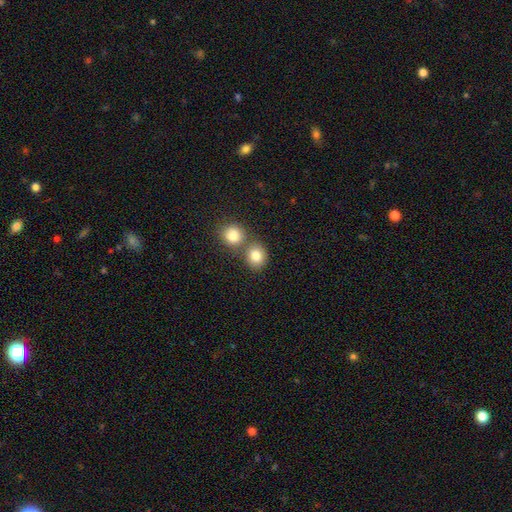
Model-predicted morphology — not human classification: smooth-or-featured: smooth: 81% | star or artifact: 11% | featured or disk: 7%
  how-rounded: round: 75% | in between: 24% | cigar-shaped: 1%
  merging: none: 58% | merger: 32% | minor disturbance: 8% | major disturbance: 3%